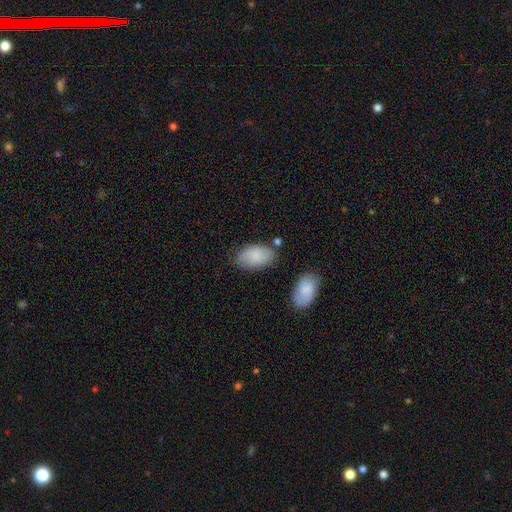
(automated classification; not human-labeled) Smooth or featured? Predicted: smooth (p=0.81). How rounded? Predicted: in between (p=0.94). Merging? Predicted: none (p=0.71).